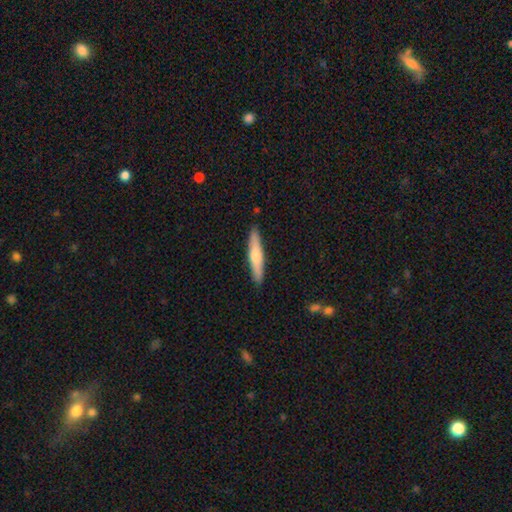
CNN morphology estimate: Smooth or featured? smooth (51%)
How rounded? cigar-shaped (91%)
Merging? none (90%)